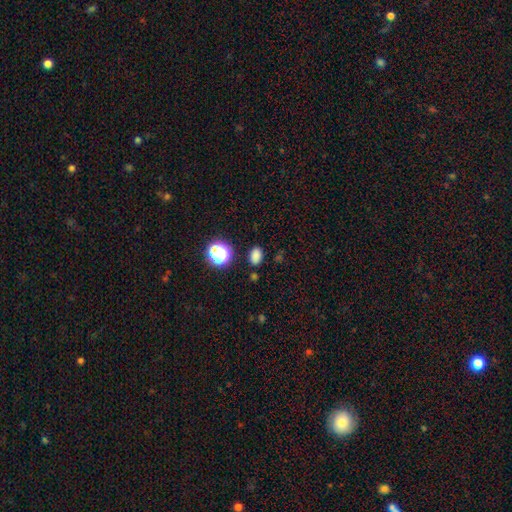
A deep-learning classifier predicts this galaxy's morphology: Q: Smooth or featured?
A: smooth (78%); runner-up: star or artifact (18%)
Q: How rounded?
A: in between (73%); runner-up: round (26%)
Q: Merging?
A: none (83%); runner-up: minor disturbance (10%)